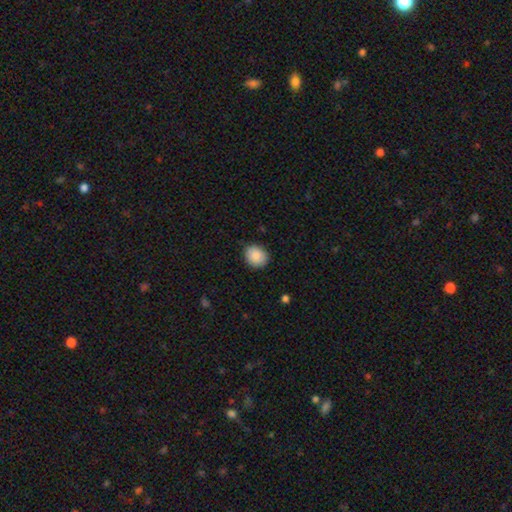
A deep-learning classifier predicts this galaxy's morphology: Smooth or featured?
  - smooth: 88% *
  - star or artifact: 8%
  - featured or disk: 4%
How rounded?
  - round: 64% *
  - in between: 35%
  - cigar-shaped: 1%
Merging?
  - none: 86% *
  - minor disturbance: 11%
  - major disturbance: 2%
  - merger: 1%